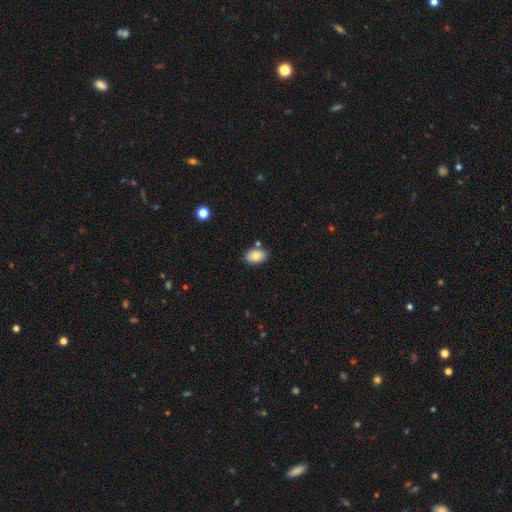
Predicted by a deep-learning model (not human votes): Smooth or featured? Predicted: smooth (p=0.85). How rounded? Predicted: in between (p=0.86). Merging? Predicted: none (p=0.79).